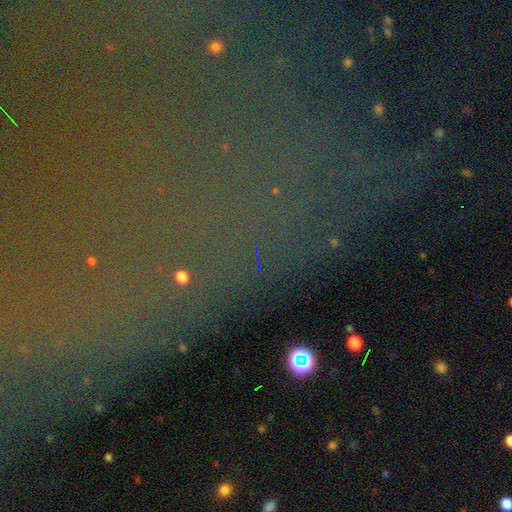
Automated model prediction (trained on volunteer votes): smooth-or-featured: star or artifact: 79% | featured or disk: 10% | smooth: 10%